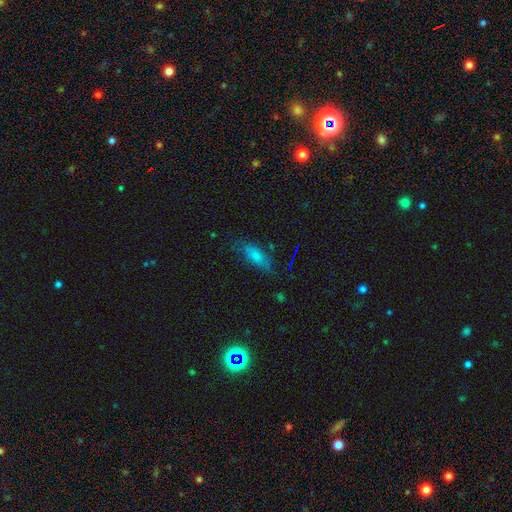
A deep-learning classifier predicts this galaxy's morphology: smooth_or_featured: smooth (p=0.53) [alt: featured or disk p=0.29]
how_rounded: in between (p=0.57) [alt: cigar-shaped p=0.39]
merging: none (p=0.68) [alt: minor disturbance p=0.21]